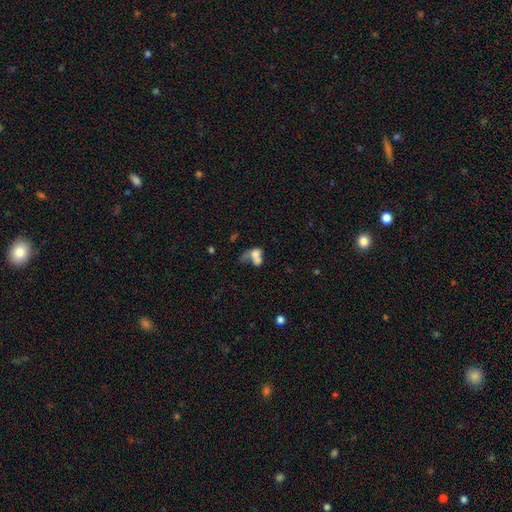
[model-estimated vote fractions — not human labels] Q: Smooth or featured?
A: smooth (63%); runner-up: featured or disk (24%)
Q: How rounded?
A: in between (75%); runner-up: round (22%)
Q: Merging?
A: merger (56%); runner-up: major disturbance (20%)